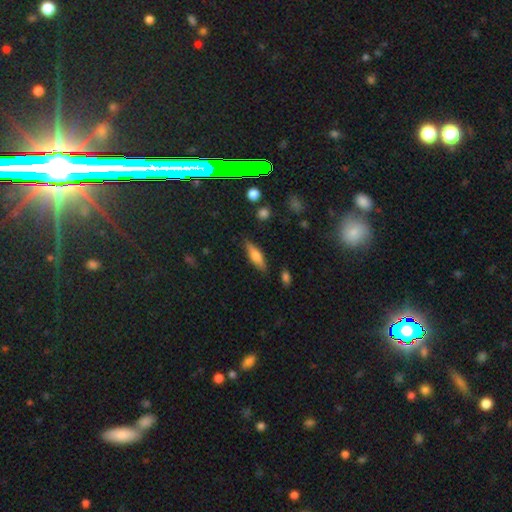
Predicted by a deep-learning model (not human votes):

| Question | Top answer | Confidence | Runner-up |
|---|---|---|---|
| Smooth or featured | smooth | 64% | featured or disk (29%) |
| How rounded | cigar-shaped | 49% | tied: in between (49%) |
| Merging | none | 83% | minor disturbance (12%) |